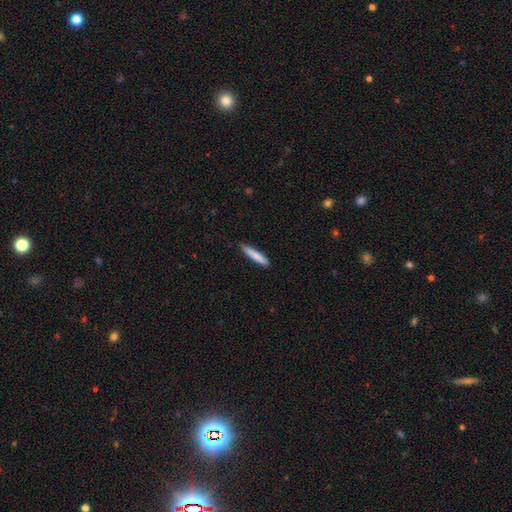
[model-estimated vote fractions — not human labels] smooth-or-featured: smooth: 79% | featured or disk: 15% | star or artifact: 6%
  how-rounded: cigar-shaped: 92% | in between: 7% | round: 1%
  merging: none: 87% | minor disturbance: 10% | major disturbance: 2% | merger: 1%